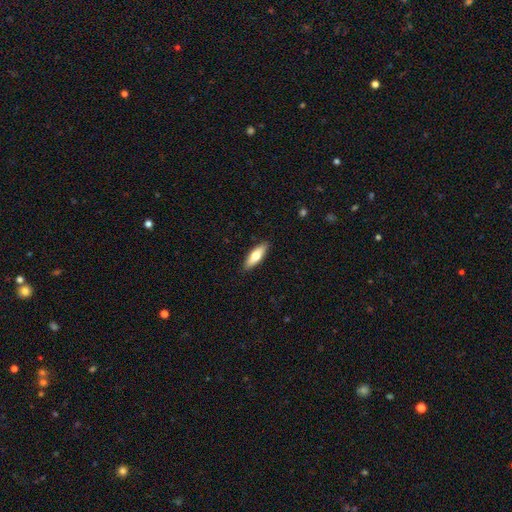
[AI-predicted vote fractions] Morphology: type=smooth (68%); roundness=in between (57%); merging=none (89%).